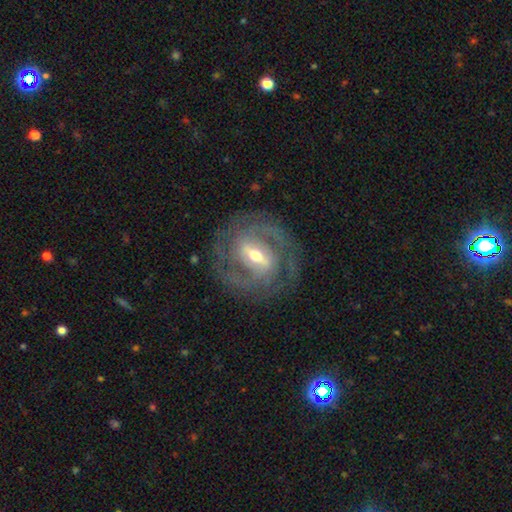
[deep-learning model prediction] This appears to be a featured or disk galaxy (89%) with a strong bar (50%), 2 (72%) tight (58%) spiral arms (95%) and a moderate central bulge (55%). Merging: none (82%).